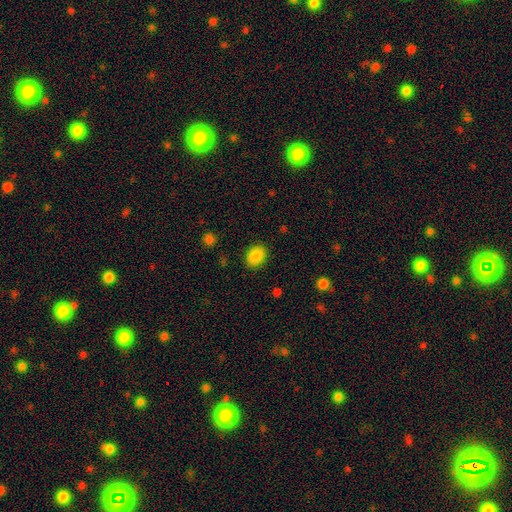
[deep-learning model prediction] This appears to be a smooth galaxy with no disk features (87%) that is in between round and cigar-shaped (53%). Merging: none (88%).